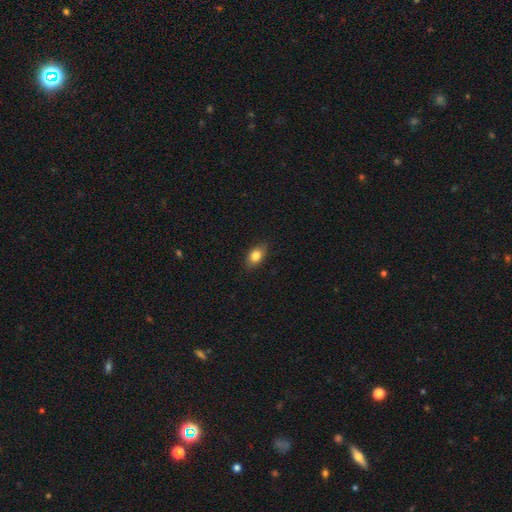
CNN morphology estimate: Smooth or featured? Predicted: smooth (p=0.83). How rounded? Predicted: in between (p=0.84). Merging? Predicted: none (p=0.86).